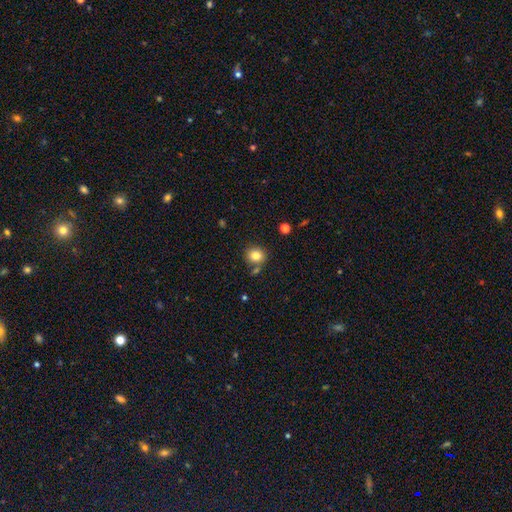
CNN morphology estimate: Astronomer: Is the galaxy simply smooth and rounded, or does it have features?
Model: smooth — 82%.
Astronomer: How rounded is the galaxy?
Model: round — 82%.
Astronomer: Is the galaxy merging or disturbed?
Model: none — 75%.